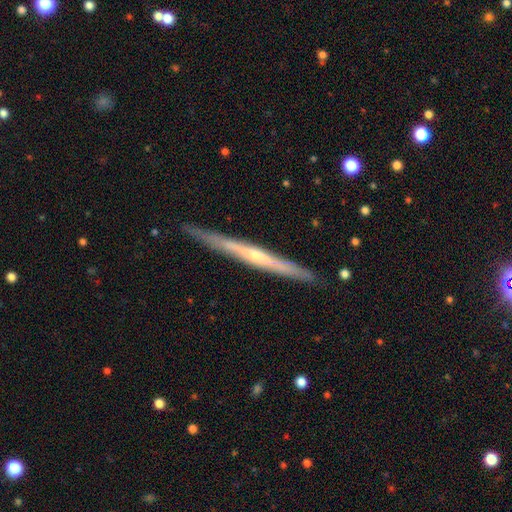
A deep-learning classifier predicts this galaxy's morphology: This is likely a featured or disk galaxy (71%). It is clearly viewed edge-on (97%). Edge-on bulge: possibly rounded (49%). Merging: clearly none (89%).